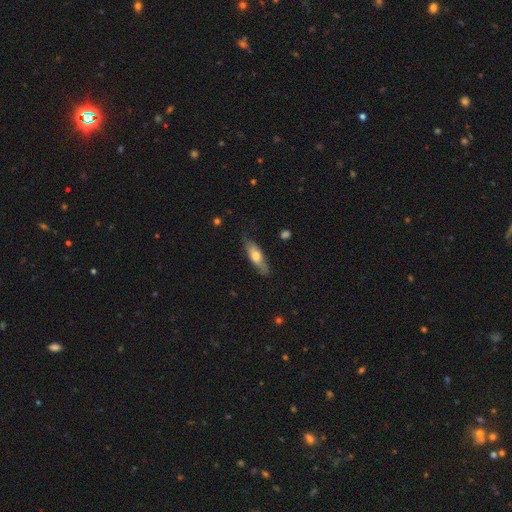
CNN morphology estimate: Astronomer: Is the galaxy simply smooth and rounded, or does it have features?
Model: smooth — 61%.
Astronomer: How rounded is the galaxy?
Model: in between — 49% (runner-up: cigar-shaped, 48%).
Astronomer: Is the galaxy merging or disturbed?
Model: none — 78%.